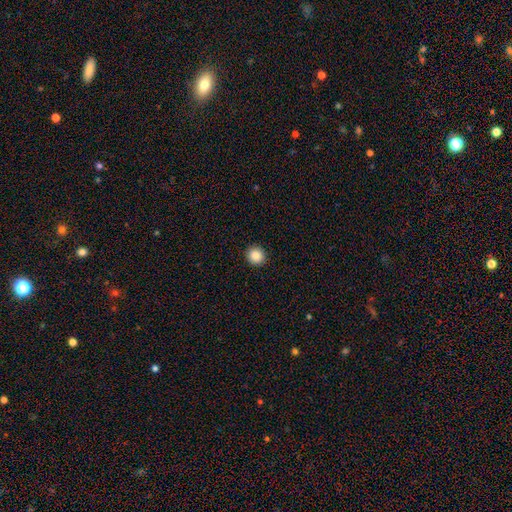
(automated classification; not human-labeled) The model was most divided on "smooth or featured": smooth: 88%, star or artifact: 9%, featured or disk: 3%. More confident: merging — none (92%); how rounded — round (90%).